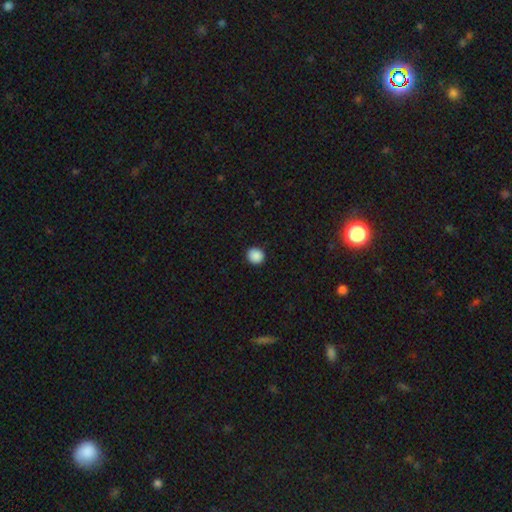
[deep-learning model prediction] Q: Smooth or featured?
A: smooth (89%); runner-up: star or artifact (9%)
Q: How rounded?
A: round (87%); runner-up: in between (12%)
Q: Merging?
A: none (92%); runner-up: minor disturbance (6%)